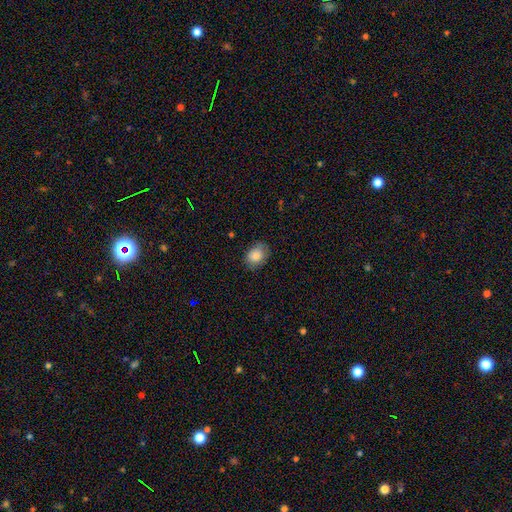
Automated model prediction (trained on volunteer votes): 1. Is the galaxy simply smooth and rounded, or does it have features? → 85% smooth, 8% star or artifact, 7% featured or disk.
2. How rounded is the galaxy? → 61% in between, 39% round, 1% cigar-shaped.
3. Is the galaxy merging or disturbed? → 77% none, 18% minor disturbance, 4% major disturbance, 1% merger.